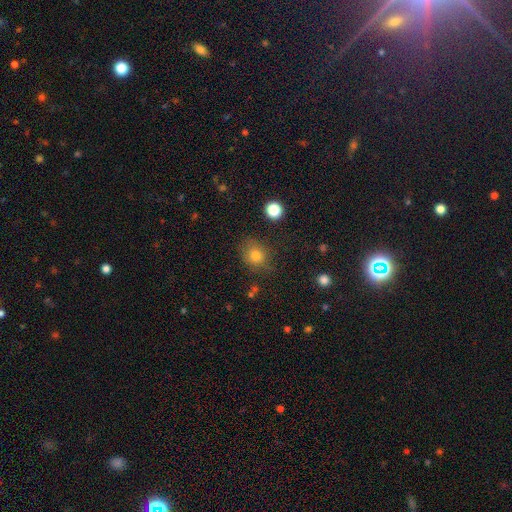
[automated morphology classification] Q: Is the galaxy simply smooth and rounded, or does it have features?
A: smooth — 79%.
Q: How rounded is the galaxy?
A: round — 71%.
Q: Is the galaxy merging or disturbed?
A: none — 74%.